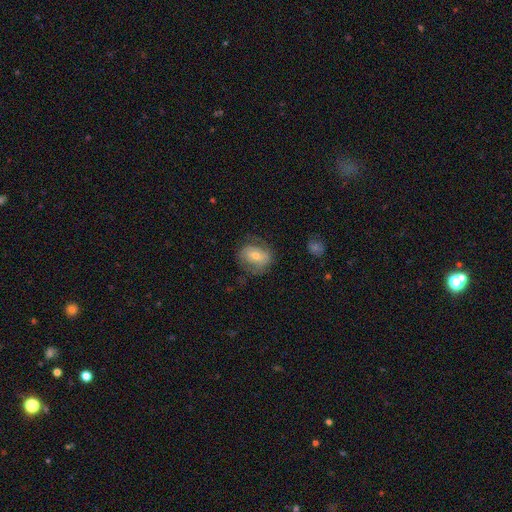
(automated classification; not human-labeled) Smooth or featured? Predicted: smooth (p=0.46, tied with featured or disk). Merging? Predicted: none (p=0.59).